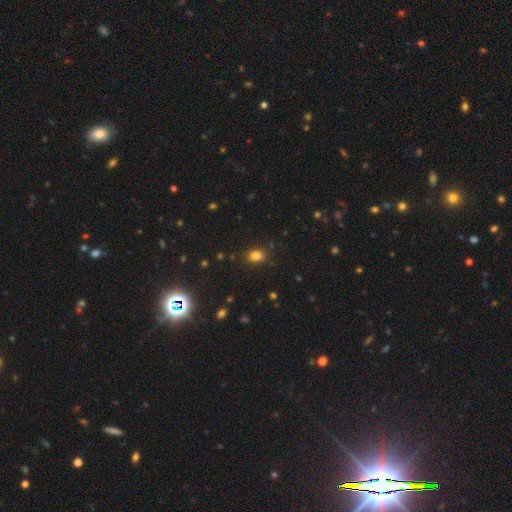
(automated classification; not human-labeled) A smooth galaxy with no disk features (81%) that is in between round and cigar-shaped (74%).

Vote fractions:
- Smooth or featured? smooth: 81% / star or artifact: 14% / featured or disk: 5%
- How rounded? in between: 74% / round: 25% / cigar-shaped: 1%
- Merging? none: 83% / minor disturbance: 11% / major disturbance: 3% / merger: 2%